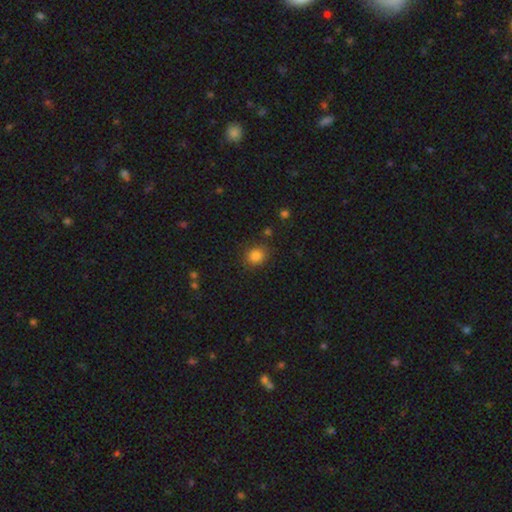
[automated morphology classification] This is clearly a smooth galaxy (84%). How rounded: likely round (75%). Merging: clearly none (85%).